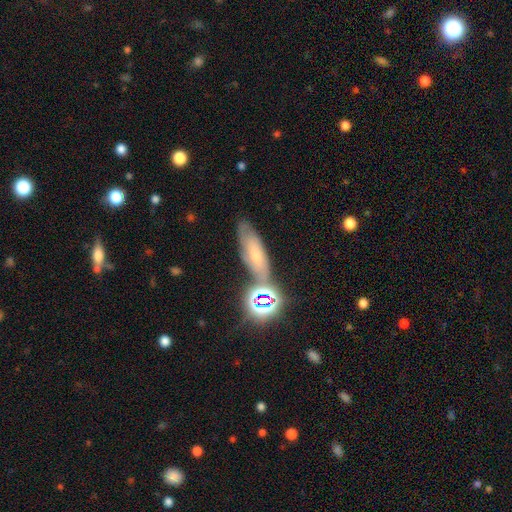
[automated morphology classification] Smooth or featured? Predicted: smooth (p=0.43). Merging? Predicted: none (p=0.65).